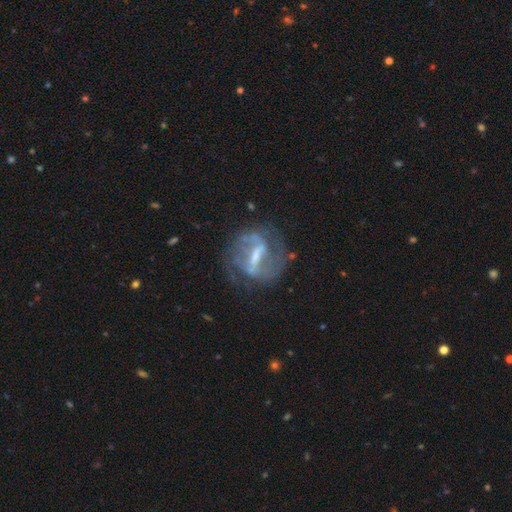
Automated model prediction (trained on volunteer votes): Smooth or featured: featured or disk — 82% (smooth — 11%)
Edge-on disk: no — 93% (yes — 7%)
Bar: strong — 65% (weak — 28%)
Spiral arms: yes — 79% (no — 21%)
Spiral winding: medium — 45% (tight — 32%)
Spiral arm count: 2 — 70% (can't tell — 18%)
Bulge size: small — 35% (moderate — 33%)
Merging: none — 65% (minor disturbance — 18%)